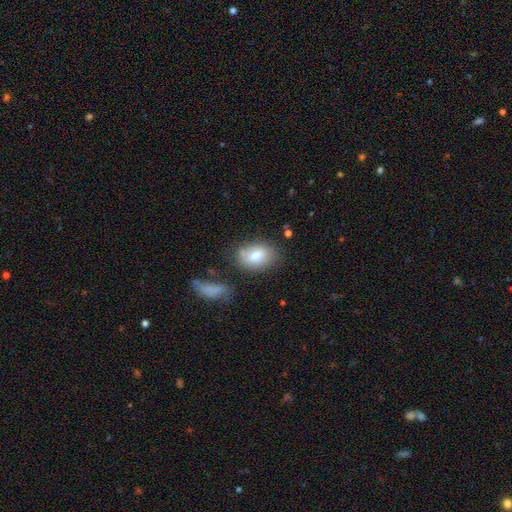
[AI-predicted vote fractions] smooth-or-featured: smooth: 73% | featured or disk: 19% | star or artifact: 9%
  how-rounded: in between: 78% | round: 20% | cigar-shaped: 1%
  merging: none: 69% | minor disturbance: 19% | merger: 7% | major disturbance: 5%